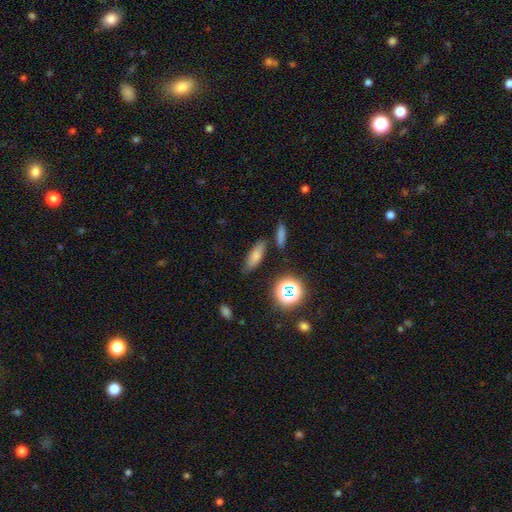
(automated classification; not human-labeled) Q: Smooth or featured?
A: smooth (74%); runner-up: star or artifact (15%)
Q: How rounded?
A: in between (56%); runner-up: cigar-shaped (37%)
Q: Merging?
A: none (77%); runner-up: minor disturbance (12%)